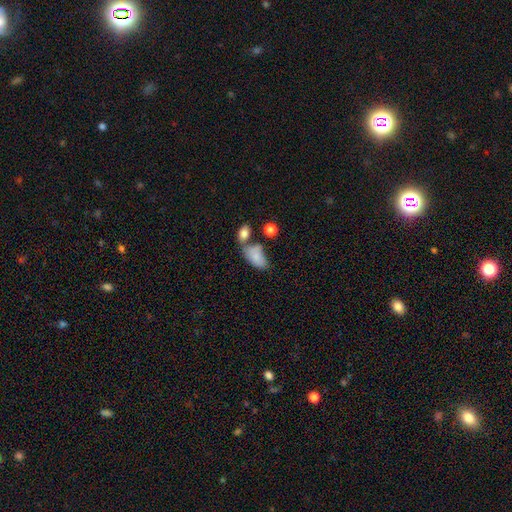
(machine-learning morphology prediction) A smooth galaxy with no disk features (80%) that is in between round and cigar-shaped (91%). Merging: none (36%).